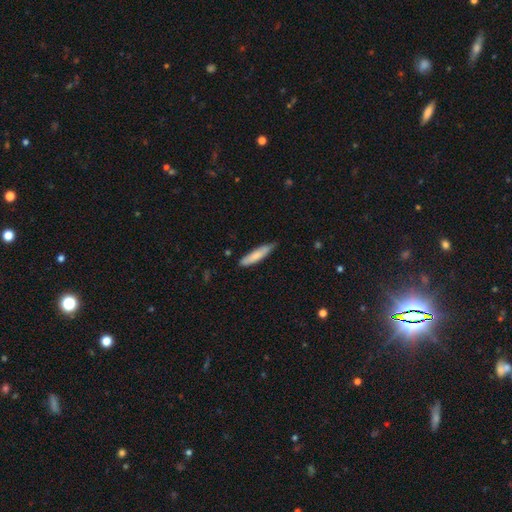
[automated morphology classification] type=smooth (79%); roundness=cigar-shaped (78%); merging=none (73%).